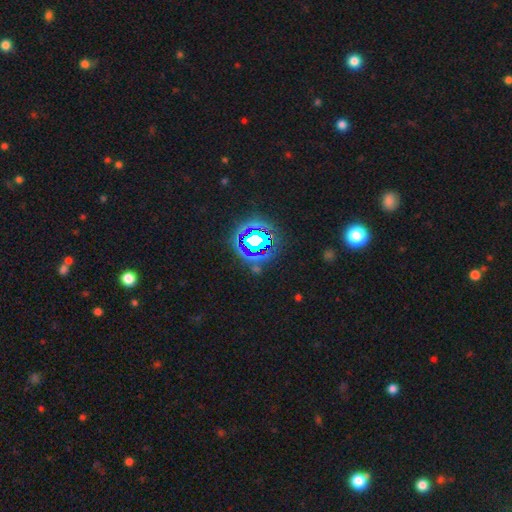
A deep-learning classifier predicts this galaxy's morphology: Smooth or featured? star or artifact (80%)